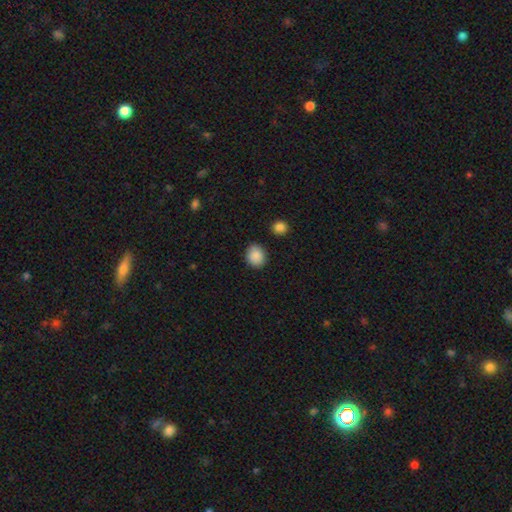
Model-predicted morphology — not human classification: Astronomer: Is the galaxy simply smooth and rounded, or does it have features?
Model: smooth — 89%.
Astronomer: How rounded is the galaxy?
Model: round — 65%.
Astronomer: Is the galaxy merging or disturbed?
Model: none — 86%.